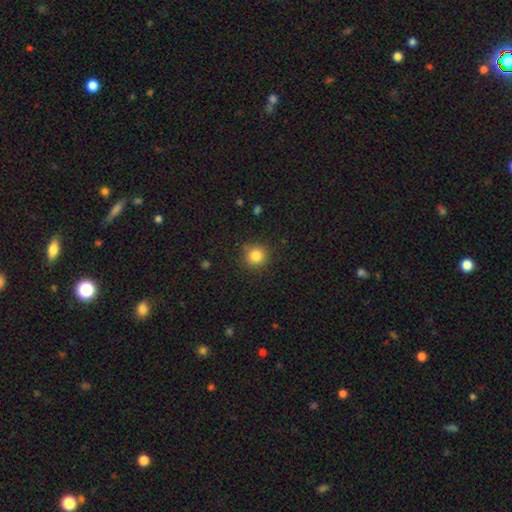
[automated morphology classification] Overall: smooth (83%). How rounded: round (93%). Merging: none (87%).